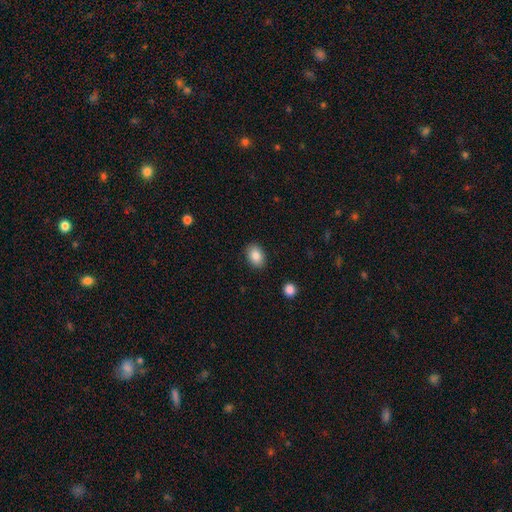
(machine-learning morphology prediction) smooth_or_featured: smooth (p=0.86) [alt: star or artifact p=0.08]
how_rounded: in between (p=0.80) [alt: round p=0.19]
merging: none (p=0.88) [alt: minor disturbance p=0.08]